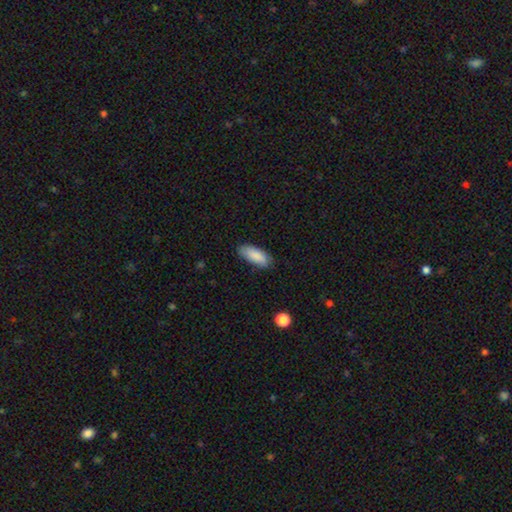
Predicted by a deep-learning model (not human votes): Smooth or featured? smooth (88%)
How rounded? in between (76%)
Merging? none (83%)